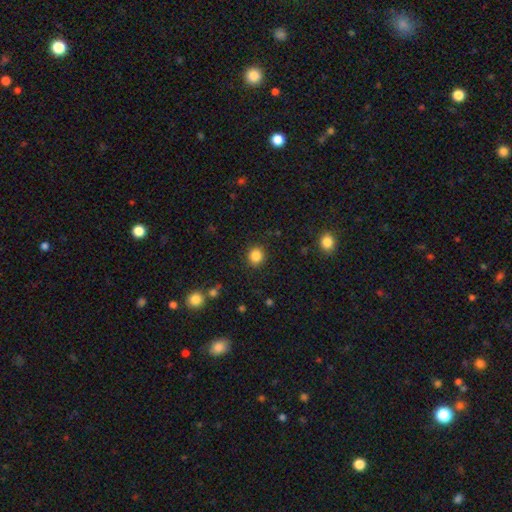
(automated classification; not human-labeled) A smooth galaxy with no disk features (85%) that is round (87%).

Vote fractions:
- Smooth or featured? smooth: 85% / star or artifact: 11% / featured or disk: 4%
- How rounded? round: 87% / in between: 12% / cigar-shaped: 1%
- Merging? none: 89% / minor disturbance: 7% / major disturbance: 3% / merger: 1%